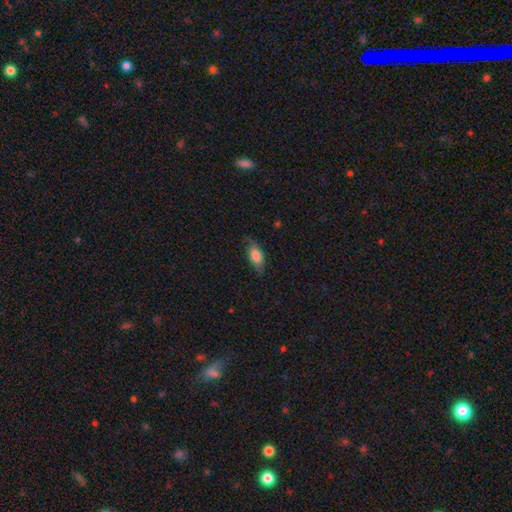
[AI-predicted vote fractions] Morphology: type=smooth (71%); roundness=in between (87%); merging=none (64%).